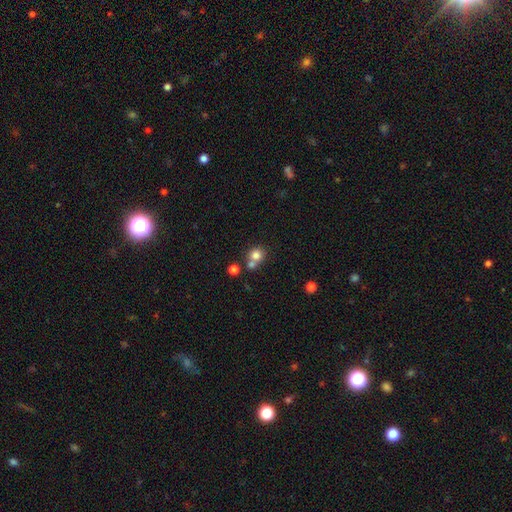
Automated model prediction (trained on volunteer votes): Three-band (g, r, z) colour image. It shows a smooth galaxy with no disk features (78%) that is round (85%). Merging: none (49%).